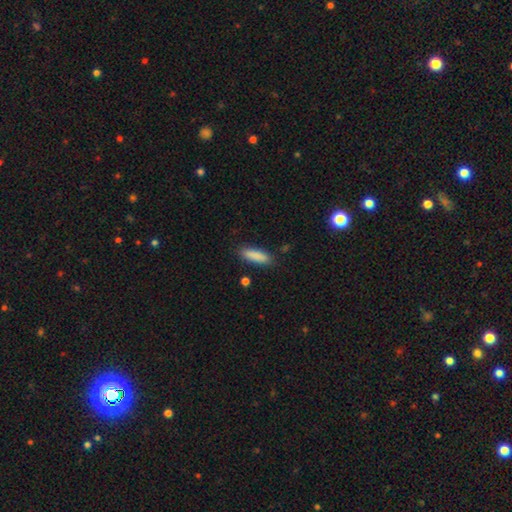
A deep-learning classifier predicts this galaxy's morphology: This is clearly a smooth galaxy (88%). How rounded: possibly cigar-shaped (56%). Merging: clearly none (86%).